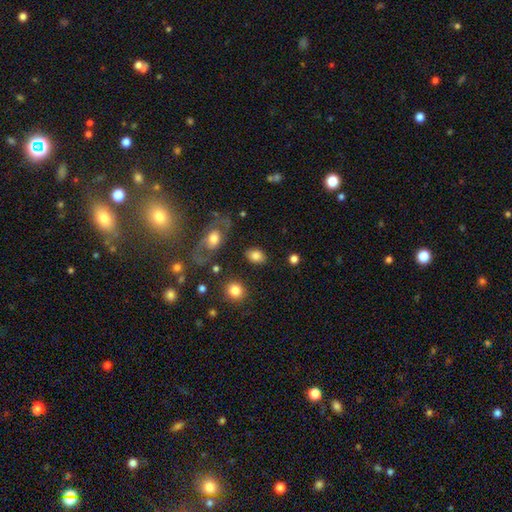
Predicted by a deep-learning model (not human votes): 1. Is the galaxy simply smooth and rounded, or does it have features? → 82% smooth, 10% featured or disk, 9% star or artifact.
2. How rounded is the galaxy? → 75% in between, 24% round, 1% cigar-shaped.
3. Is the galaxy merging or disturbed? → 83% none, 11% minor disturbance, 4% major disturbance, 3% merger.